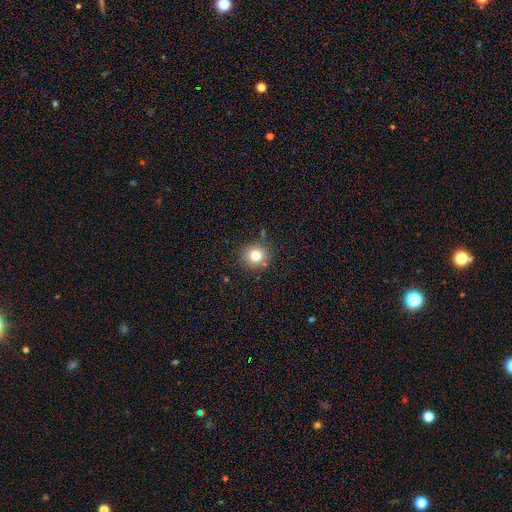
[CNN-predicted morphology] smooth_or_featured: smooth (p=0.78) [alt: star or artifact p=0.13]
how_rounded: round (p=0.90) [alt: in between p=0.10]
merging: none (p=0.83) [alt: minor disturbance p=0.10]